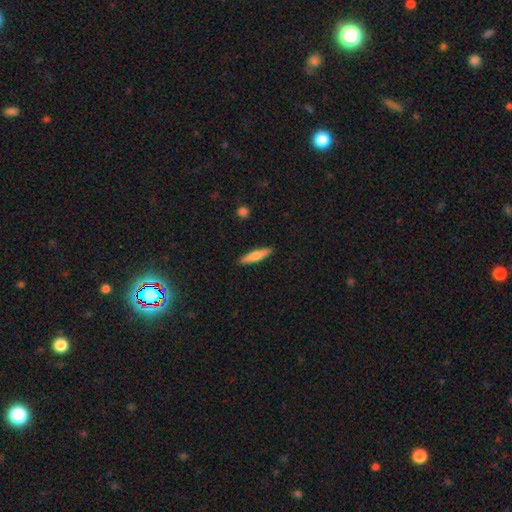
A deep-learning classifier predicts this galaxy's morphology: Smooth or featured? Predicted: smooth (p=0.69). How rounded? Predicted: cigar-shaped (p=0.84). Merging? Predicted: none (p=0.90).